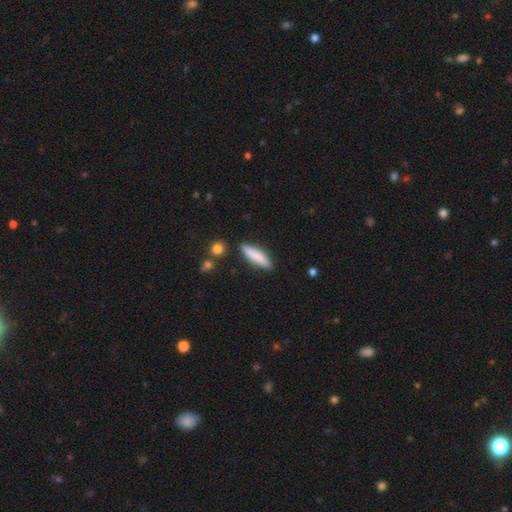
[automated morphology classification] smooth-or-featured: smooth: 79% | featured or disk: 15% | star or artifact: 6%
  how-rounded: cigar-shaped: 78% | in between: 20% | round: 2%
  merging: none: 85% | minor disturbance: 10% | merger: 3% | major disturbance: 2%